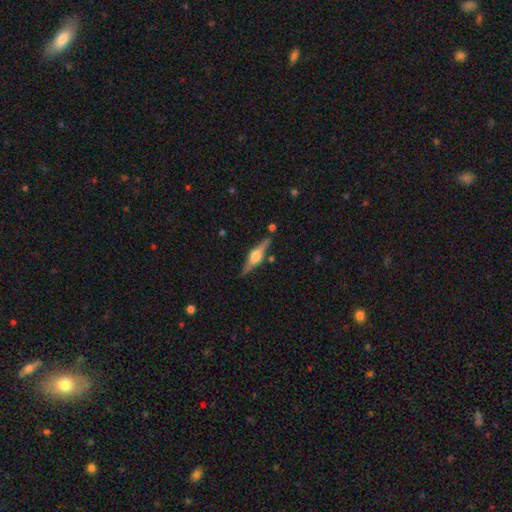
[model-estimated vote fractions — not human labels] Overall: featured or disk (79%). Edge-on disk: yes (97%). Edge-on bulge: rounded (89%). Merging: none (85%).